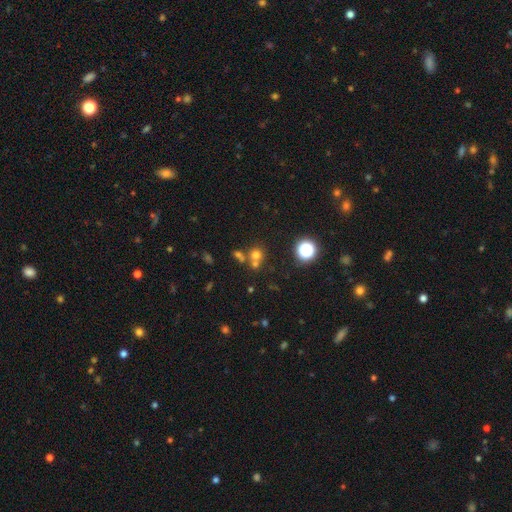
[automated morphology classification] Smooth or featured?
  - smooth: 61% *
  - star or artifact: 26%
  - featured or disk: 12%
How rounded?
  - round: 87% *
  - in between: 12%
  - cigar-shaped: 1%
Merging?
  - none: 54% *
  - merger: 35%
  - minor disturbance: 7%
  - major disturbance: 4%